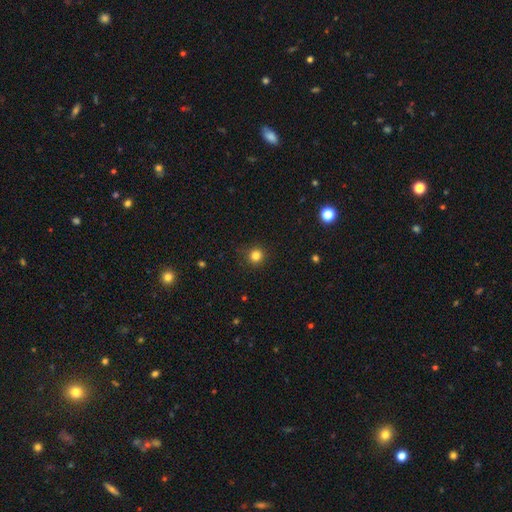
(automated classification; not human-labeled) Smooth or featured? smooth (82%)
How rounded? round (94%)
Merging? none (90%)